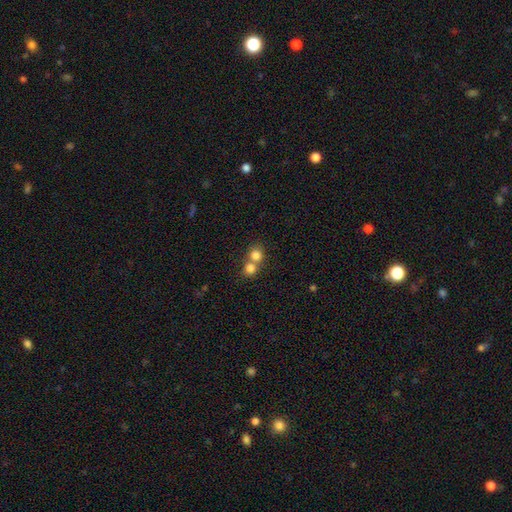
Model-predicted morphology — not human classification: Overall: smooth (80%). How rounded: round (84%). Merging: merger (56%; none 37%).